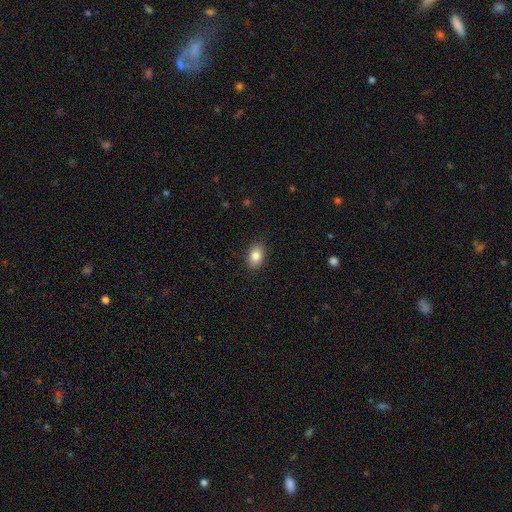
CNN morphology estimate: type=smooth (84%); roundness=in between (86%); merging=none (88%).